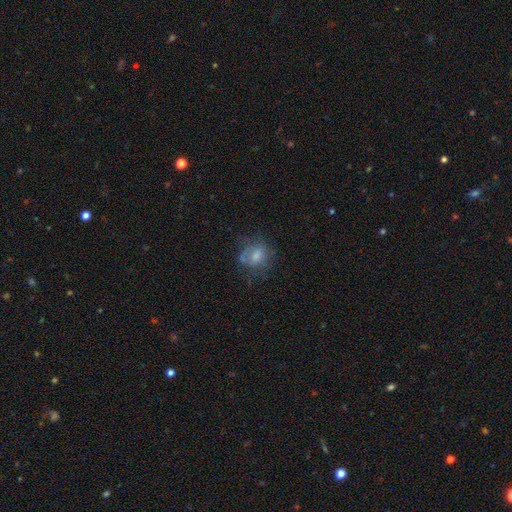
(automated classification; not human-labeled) Overall: smooth (62%; featured or disk 27%). How rounded: in between (50%; round 49%). Merging: none (46%; minor disturbance 25%).